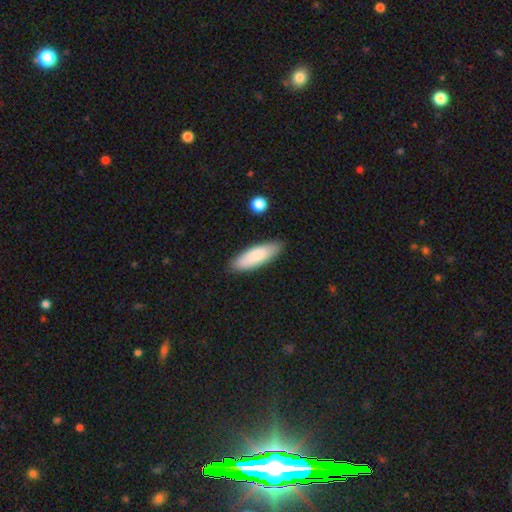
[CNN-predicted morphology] smooth_or_featured: smooth (p=0.82) [alt: featured or disk p=0.13]
how_rounded: in between (p=0.54) [alt: cigar-shaped p=0.44]
merging: none (p=0.86) [alt: minor disturbance p=0.10]